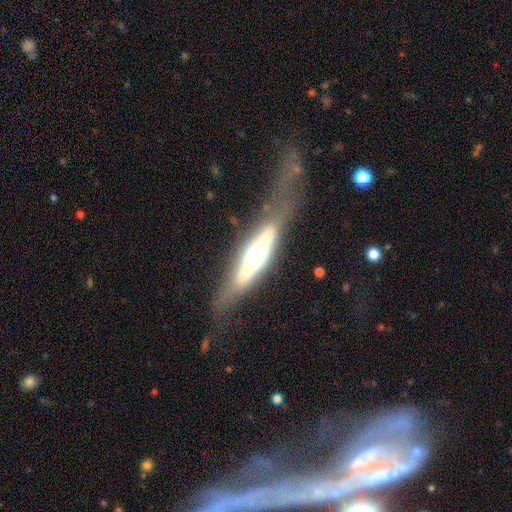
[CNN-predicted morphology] Smooth or featured? Predicted: featured or disk (p=0.67). Edge-on disk? Predicted: yes (p=0.85). Edge-on bulge? Predicted: rounded (p=0.74). Merging? Predicted: none (p=0.55).